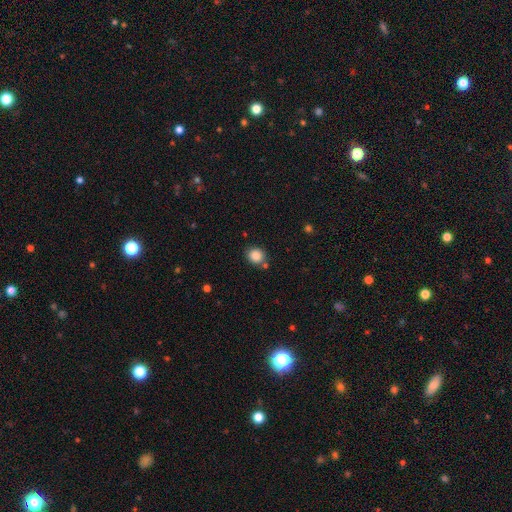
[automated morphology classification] smooth 86%, star or artifact 10%, featured or disk 4%. Down the decision tree: how rounded — round (81%); merging — none (76%).